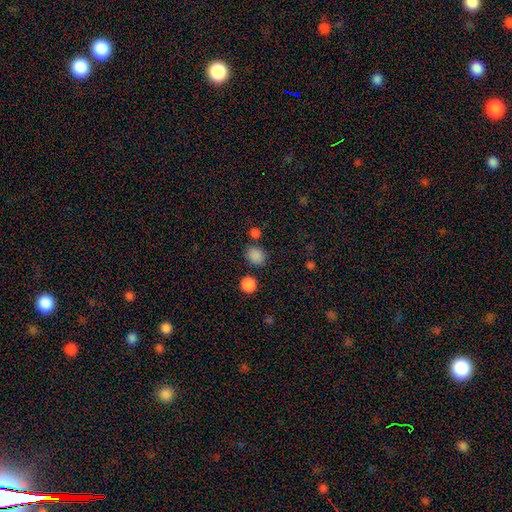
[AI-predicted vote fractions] A smooth galaxy with no disk features (84%) that is round (61%).

Vote fractions:
- Smooth or featured? smooth: 84% / star or artifact: 13% / featured or disk: 4%
- How rounded? round: 61% / in between: 38% / cigar-shaped: 1%
- Merging? none: 78% / minor disturbance: 11% / merger: 8% / major disturbance: 4%